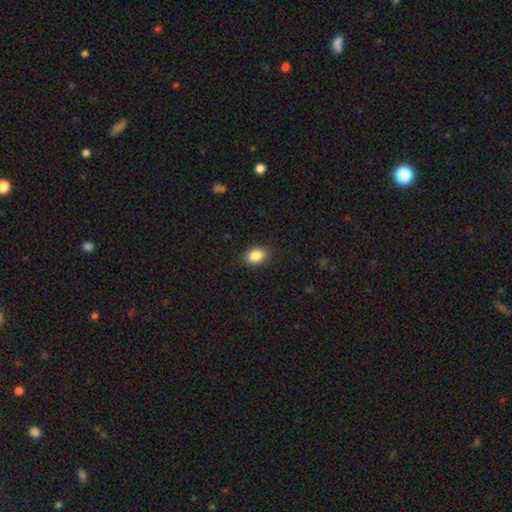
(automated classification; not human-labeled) A smooth galaxy with no disk features (87%) that is in between round and cigar-shaped (84%).

Vote fractions:
- Smooth or featured? smooth: 87% / star or artifact: 8% / featured or disk: 5%
- How rounded? in between: 84% / round: 14% / cigar-shaped: 2%
- Merging? none: 87% / minor disturbance: 10% / major disturbance: 2% / merger: 1%